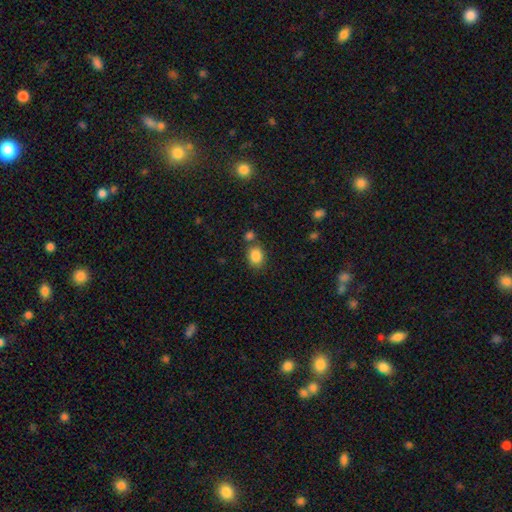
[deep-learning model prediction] Smooth or featured? Predicted: smooth (p=0.86). How rounded? Predicted: in between (p=0.53). Merging? Predicted: none (p=0.67).